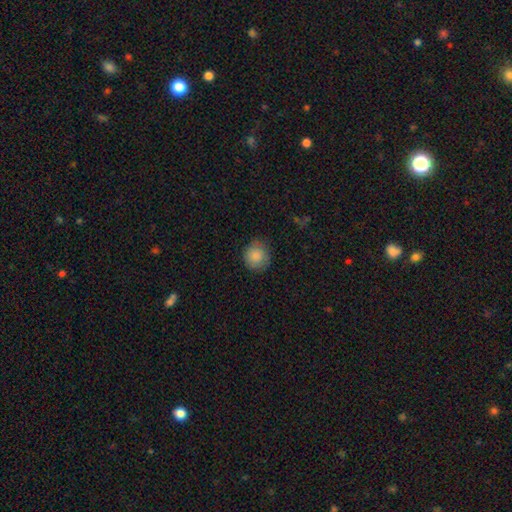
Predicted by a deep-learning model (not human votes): A smooth galaxy with no disk features (85%) that is round (89%).

Vote fractions:
- Smooth or featured? smooth: 85% / star or artifact: 8% / featured or disk: 7%
- How rounded? round: 89% / in between: 10% / cigar-shaped: 1%
- Merging? none: 79% / minor disturbance: 17% / major disturbance: 4% / merger: 1%